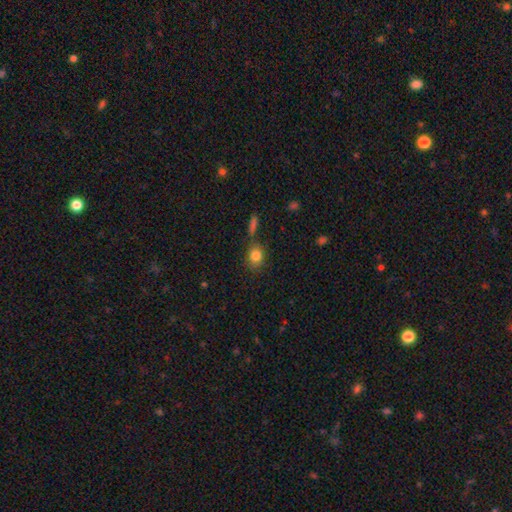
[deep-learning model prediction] Morphology: type=smooth (82%); roundness=round (55%); merging=none (72%).